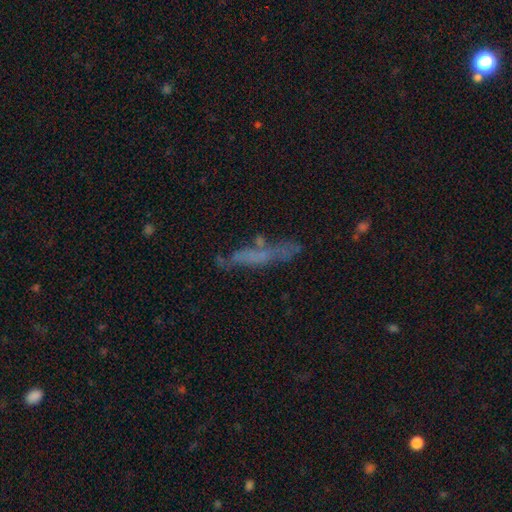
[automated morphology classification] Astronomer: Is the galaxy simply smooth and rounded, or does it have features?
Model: smooth — 48% (runner-up: featured or disk, 39%).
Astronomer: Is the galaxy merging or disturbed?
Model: none — 59%.